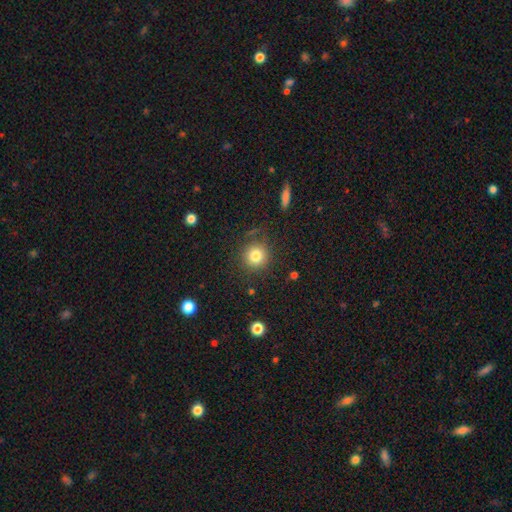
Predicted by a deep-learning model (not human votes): smooth 81%, star or artifact 11%, featured or disk 8%. Down the decision tree: how rounded — round (92%); merging — none (83%).